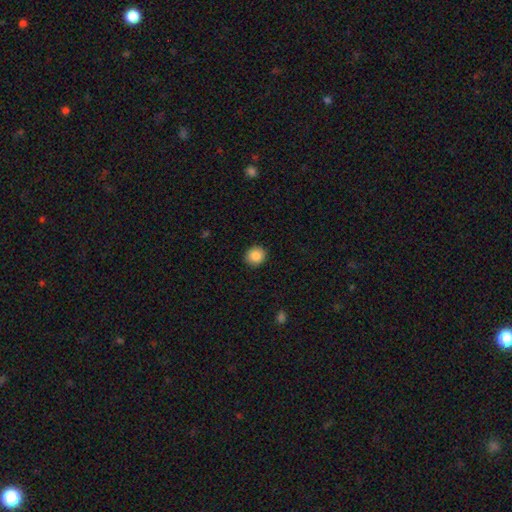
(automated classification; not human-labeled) The model was most divided on "how rounded": round: 85%, in between: 15%, cigar-shaped: 1%. More confident: merging — none (91%); smooth or featured — smooth (86%).